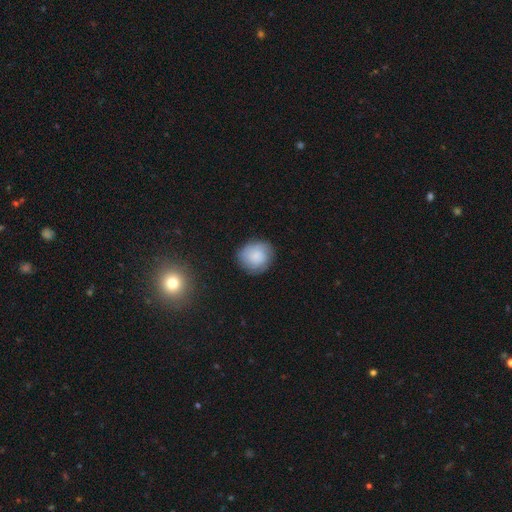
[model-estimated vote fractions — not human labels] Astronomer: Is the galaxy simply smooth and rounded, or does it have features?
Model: smooth — 68%.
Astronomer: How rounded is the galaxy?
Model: round — 80%.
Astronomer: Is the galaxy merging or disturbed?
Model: none — 80%.